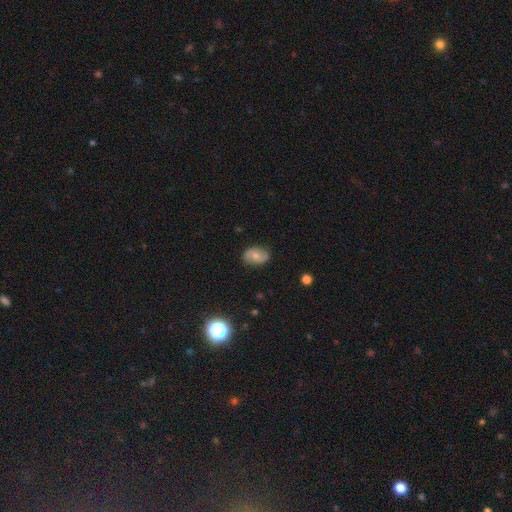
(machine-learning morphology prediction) Smooth or featured? smooth (52%)
How rounded? in between (80%)
Merging? none (78%)